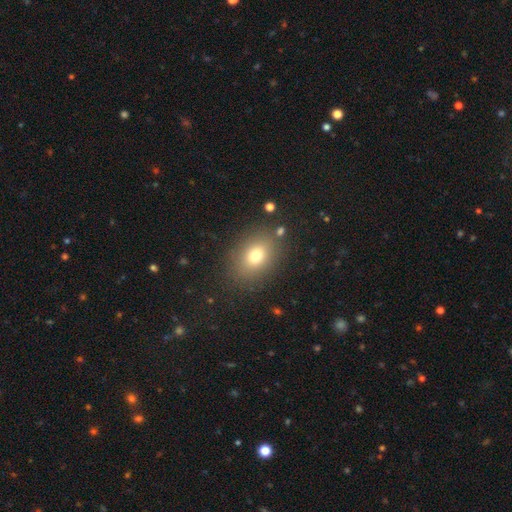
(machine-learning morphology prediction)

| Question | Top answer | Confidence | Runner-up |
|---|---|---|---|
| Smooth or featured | smooth | 75% | star or artifact (13%) |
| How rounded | in between | 66% | round (33%) |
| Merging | none | 84% | minor disturbance (10%) |